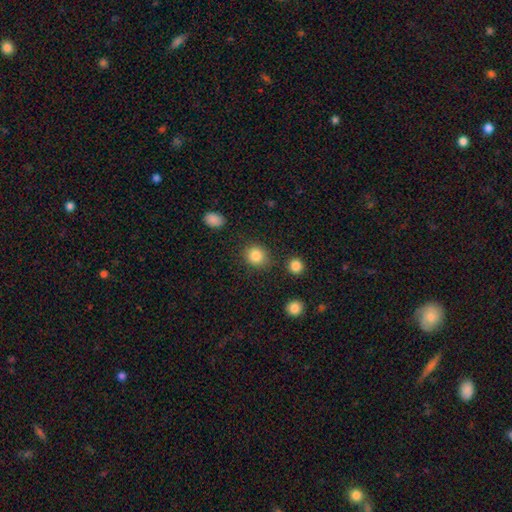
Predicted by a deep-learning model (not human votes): This is clearly a smooth galaxy (85%). How rounded: likely round (79%). Merging: clearly none (84%).